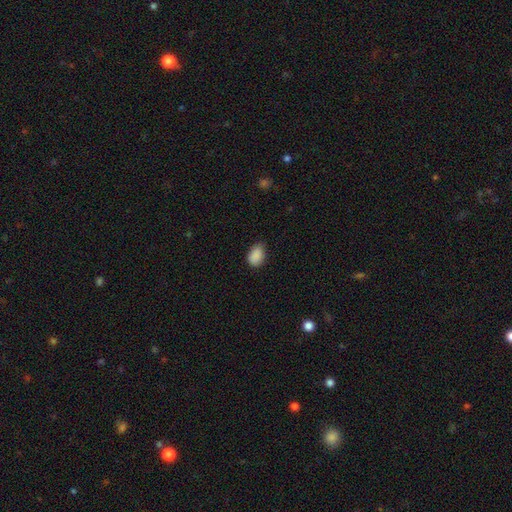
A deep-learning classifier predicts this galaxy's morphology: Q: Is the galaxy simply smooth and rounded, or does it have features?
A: smooth — 89%.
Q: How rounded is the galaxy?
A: in between — 82%.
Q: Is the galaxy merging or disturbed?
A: none — 72%.